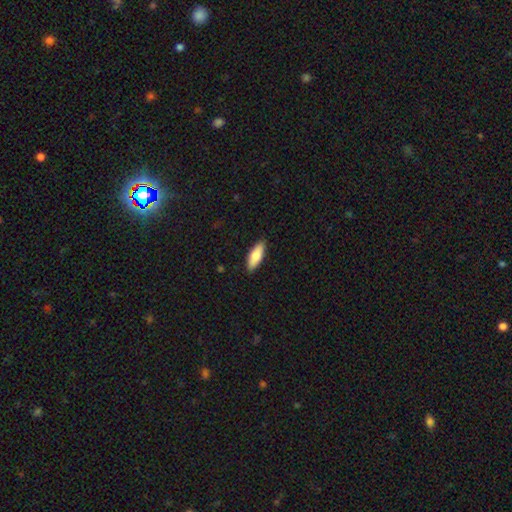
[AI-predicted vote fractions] Q: Smooth or featured?
A: smooth (81%); runner-up: featured or disk (14%)
Q: How rounded?
A: in between (69%); runner-up: cigar-shaped (29%)
Q: Merging?
A: none (89%); runner-up: minor disturbance (8%)